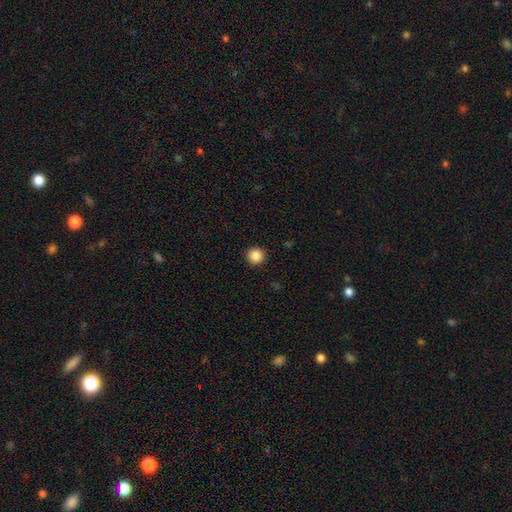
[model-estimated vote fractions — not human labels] Smooth or featured? smooth (86%)
How rounded? round (95%)
Merging? none (93%)